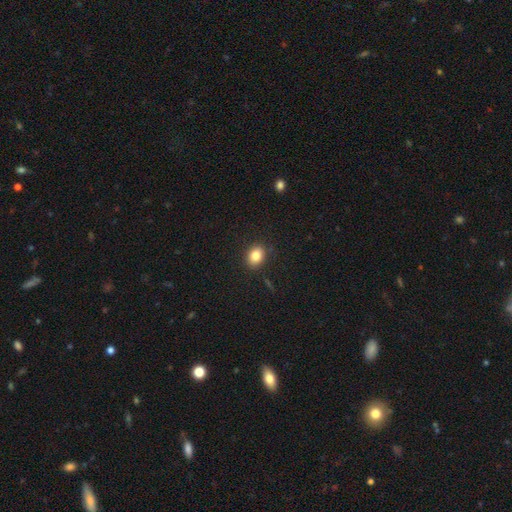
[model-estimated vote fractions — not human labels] Overall: smooth (83%). How rounded: round (52%; in between 47%). Merging: none (88%).